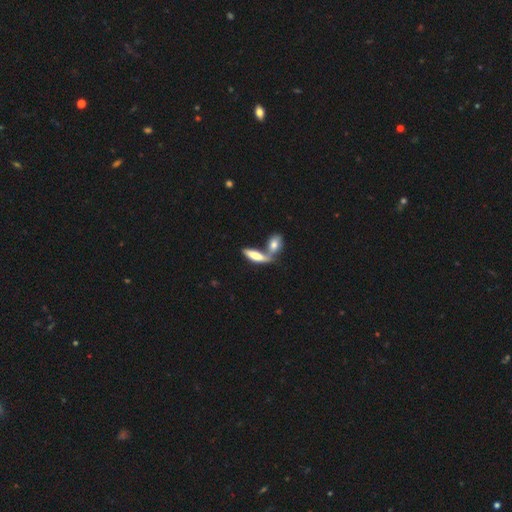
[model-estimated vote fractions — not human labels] This is likely a smooth galaxy (67%). How rounded: possibly in between (51%). Merging: possibly merger (54%).